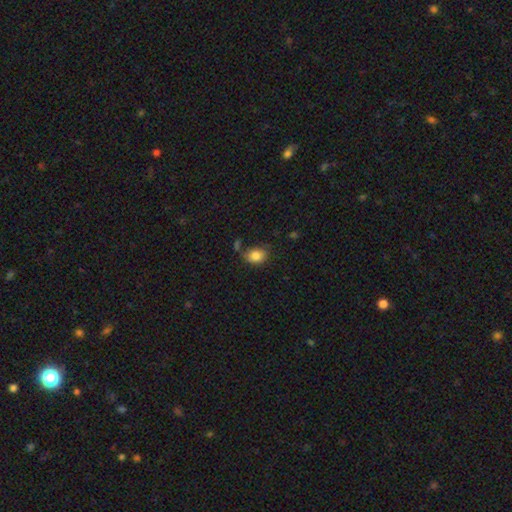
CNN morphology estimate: The model was most divided on "how rounded": in between: 67%, round: 32%, cigar-shaped: 1%. More confident: smooth or featured — smooth (84%); merging — none (62%).